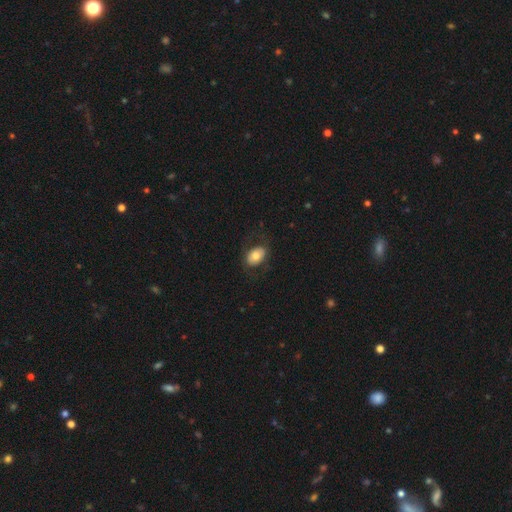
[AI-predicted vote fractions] Overall: smooth (72%). How rounded: in between (81%). Merging: none (76%).